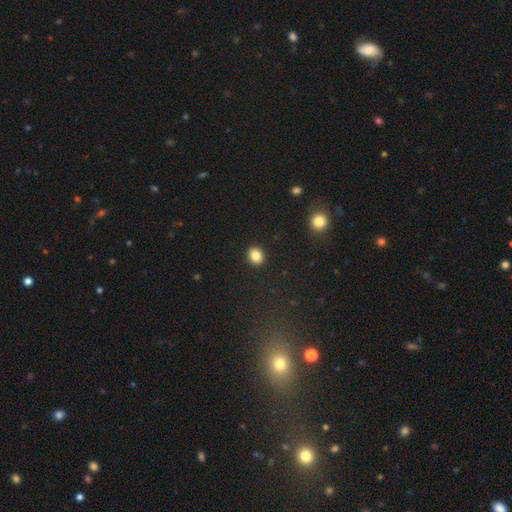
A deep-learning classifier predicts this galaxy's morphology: Smooth or featured? smooth (84%)
How rounded? round (73%)
Merging? none (92%)